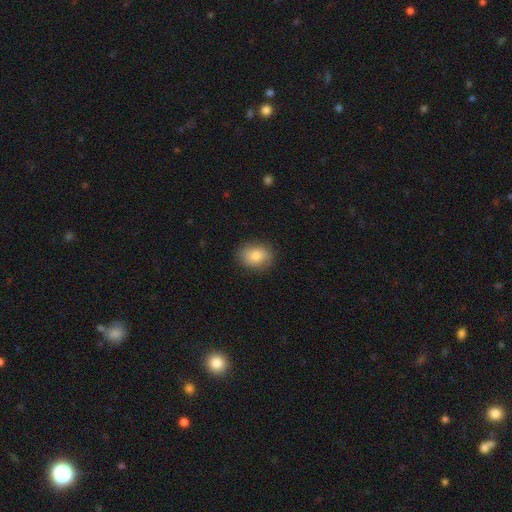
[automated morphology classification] The model was most divided on "how rounded": in between: 56%, round: 43%, cigar-shaped: 1%. More confident: merging — none (84%); smooth or featured — smooth (81%).